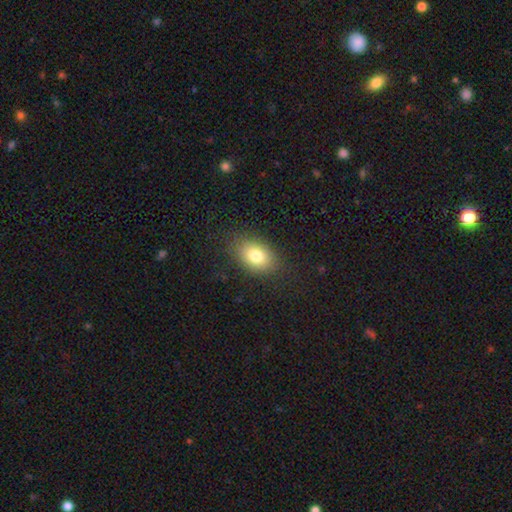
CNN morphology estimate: A smooth galaxy with no disk features (79%) that is in between round and cigar-shaped (78%).

Vote fractions:
- Smooth or featured? smooth: 79% / featured or disk: 11% / star or artifact: 10%
- How rounded? in between: 78% / round: 21% / cigar-shaped: 1%
- Merging? none: 84% / minor disturbance: 11% / major disturbance: 4% / merger: 1%